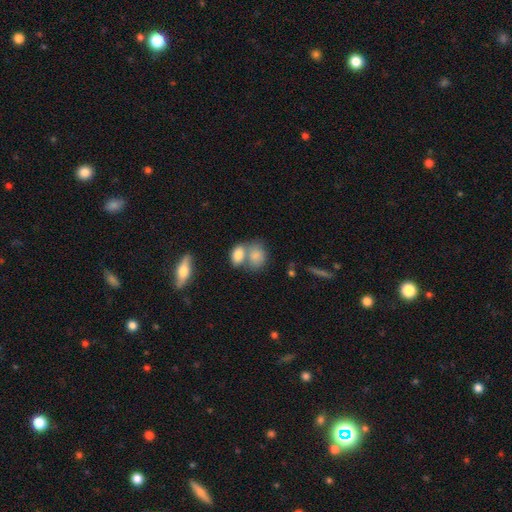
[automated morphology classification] A smooth galaxy with no disk features (81%) that is in between round and cigar-shaped (67%).

Vote fractions:
- Smooth or featured? smooth: 81% / featured or disk: 11% / star or artifact: 8%
- How rounded? in between: 67% / round: 31% / cigar-shaped: 2%
- Merging? merger: 53% / none: 32% / minor disturbance: 10% / major disturbance: 5%